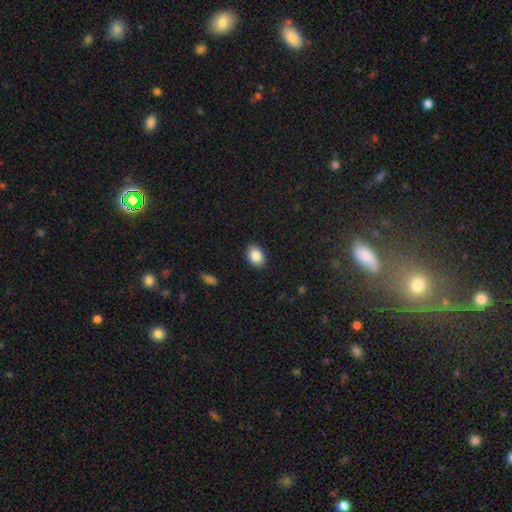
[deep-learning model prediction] Smooth or featured: smooth — 85% (star or artifact — 8%)
How rounded: in between — 74% (round — 25%)
Merging: none — 89% (minor disturbance — 8%)